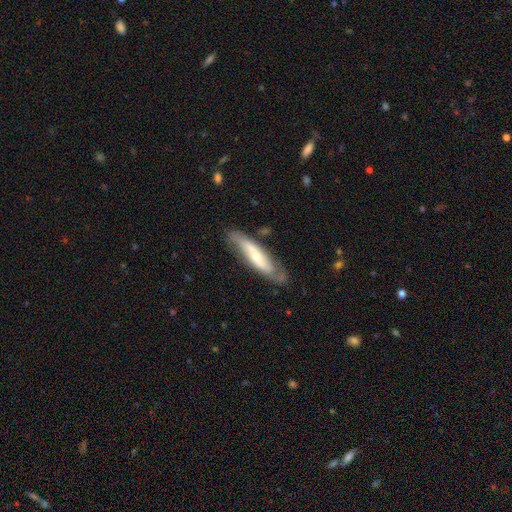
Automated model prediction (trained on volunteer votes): featured or disk 60%, smooth 34%, star or artifact 6%. Down the decision tree: edge-on disk — no (61%); merging — none (74%).